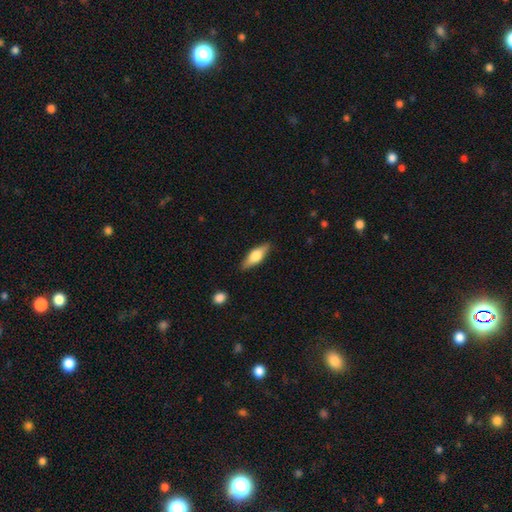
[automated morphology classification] Q: Smooth or featured?
A: smooth (52%); runner-up: featured or disk (42%)
Q: How rounded?
A: in between (56%); runner-up: cigar-shaped (41%)
Q: Merging?
A: none (86%); runner-up: minor disturbance (10%)